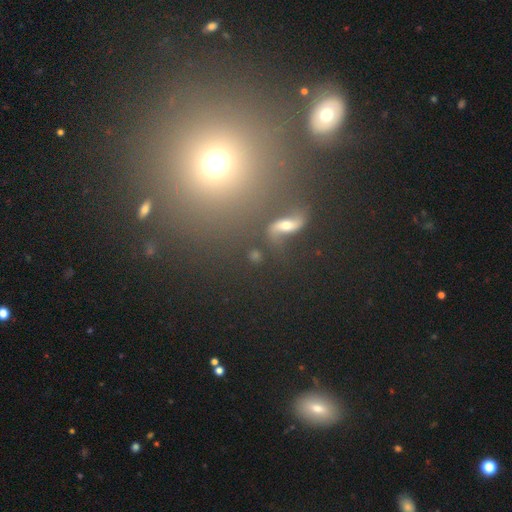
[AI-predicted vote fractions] Smooth or featured?
  - smooth: 38% *
  - featured or disk: 31%
  - star or artifact: 30%
Merging?
  - none: 64% *
  - minor disturbance: 13%
  - major disturbance: 12%
  - merger: 12%